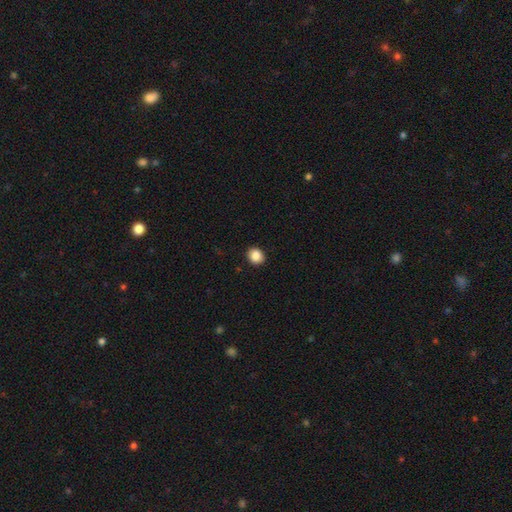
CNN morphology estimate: The model was most divided on "how rounded": round: 76%, in between: 23%, cigar-shaped: 1%. More confident: merging — none (92%); smooth or featured — smooth (87%).